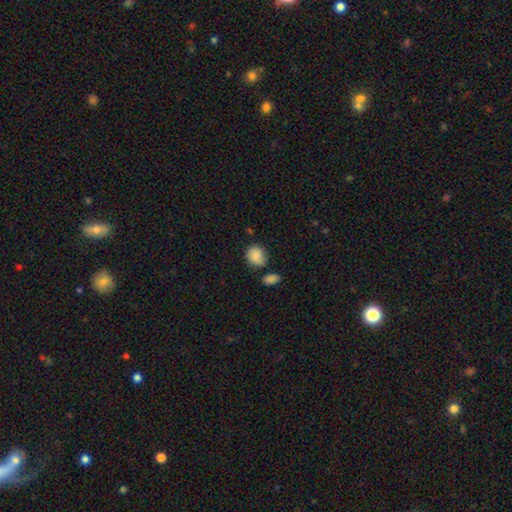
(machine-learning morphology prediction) This appears to be a smooth galaxy with no disk features (86%) that is round (66%). Merging: none (64%).